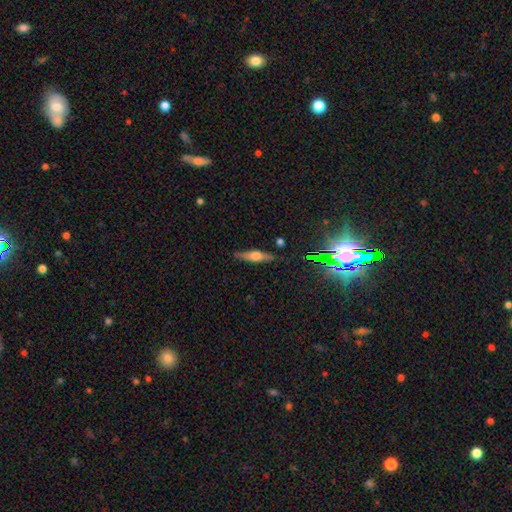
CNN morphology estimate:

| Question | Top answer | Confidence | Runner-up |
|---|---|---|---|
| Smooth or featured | featured or disk | 53% | smooth (37%) |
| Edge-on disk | yes | 94% | no (6%) |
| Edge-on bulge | rounded | 86% | boxy (10%) |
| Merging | none | 86% | minor disturbance (10%) |